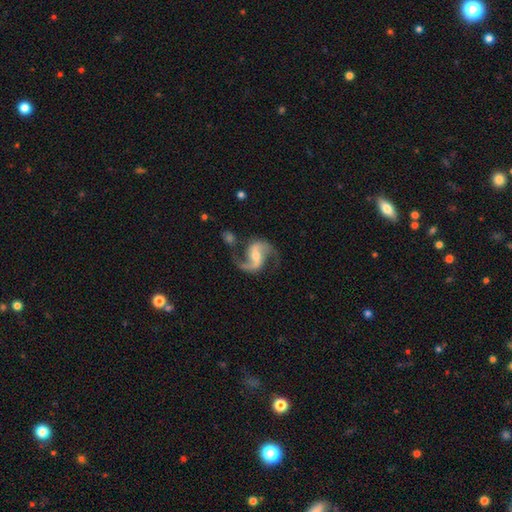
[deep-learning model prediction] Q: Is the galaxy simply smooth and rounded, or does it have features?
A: featured or disk — 92%.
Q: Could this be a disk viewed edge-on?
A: no — 98%.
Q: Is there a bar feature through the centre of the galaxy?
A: weak — 41%.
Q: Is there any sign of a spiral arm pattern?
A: yes — 98%.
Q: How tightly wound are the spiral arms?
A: loose — 49%.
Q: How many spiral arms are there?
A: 2 — 93%.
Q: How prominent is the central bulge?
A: moderate — 51%.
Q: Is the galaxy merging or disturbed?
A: none — 74%.